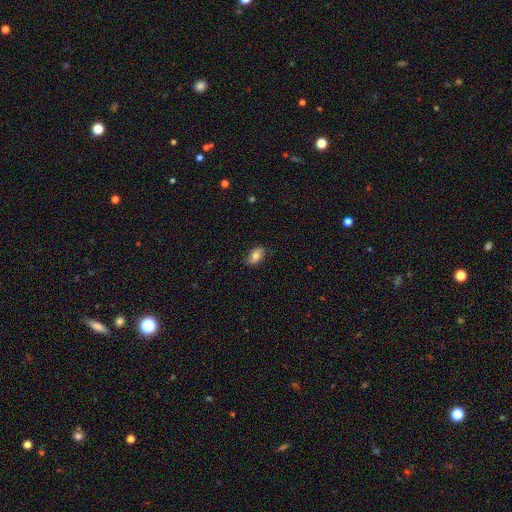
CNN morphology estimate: smooth 74%, featured or disk 18%, star or artifact 8%. Down the decision tree: how rounded — in between (90%); merging — none (82%).